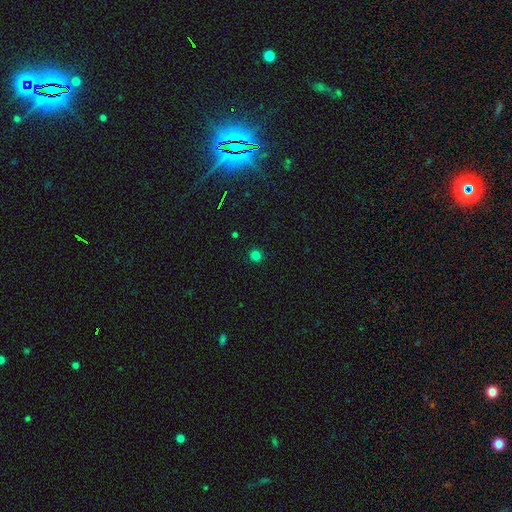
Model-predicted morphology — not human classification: Smooth or featured? Predicted: smooth (p=0.79). How rounded? Predicted: round (p=0.91). Merging? Predicted: none (p=0.92).